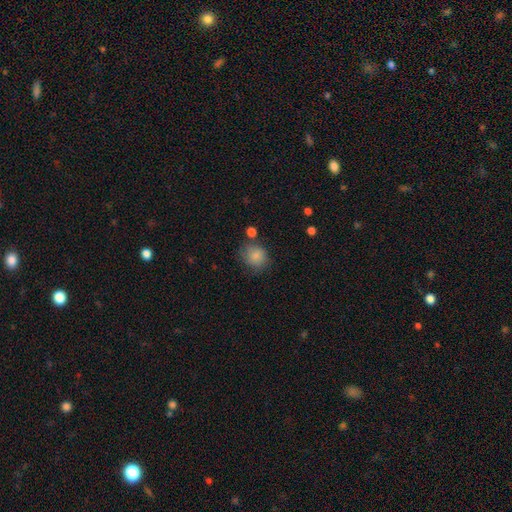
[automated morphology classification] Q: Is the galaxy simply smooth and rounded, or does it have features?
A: smooth — 84%.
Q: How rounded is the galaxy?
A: round — 77%.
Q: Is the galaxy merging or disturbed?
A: none — 67%.